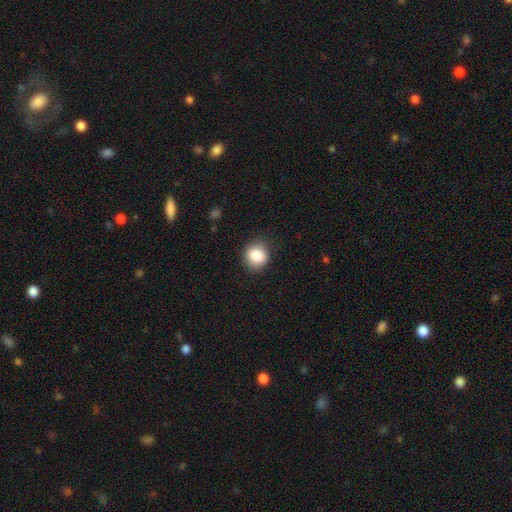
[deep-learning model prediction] Morphology: type=smooth (86%); roundness=round (86%); merging=none (85%).